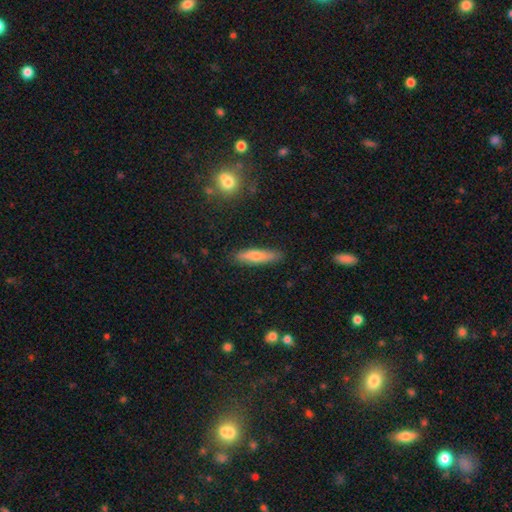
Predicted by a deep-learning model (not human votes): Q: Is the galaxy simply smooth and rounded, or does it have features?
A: smooth — 67%.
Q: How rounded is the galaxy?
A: cigar-shaped — 80%.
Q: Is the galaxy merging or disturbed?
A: none — 87%.